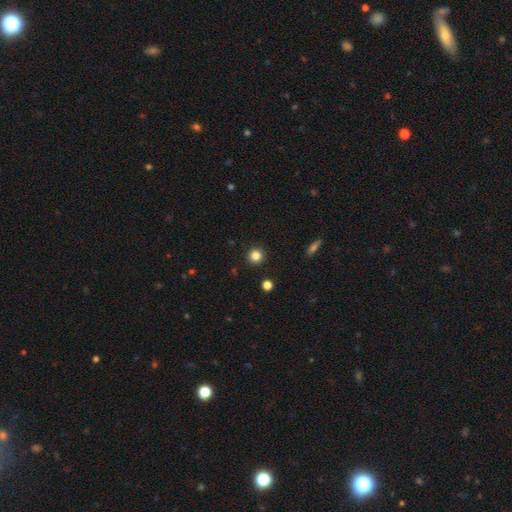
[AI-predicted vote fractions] This is clearly a smooth galaxy (84%). How rounded: clearly round (95%). Merging: clearly none (92%).